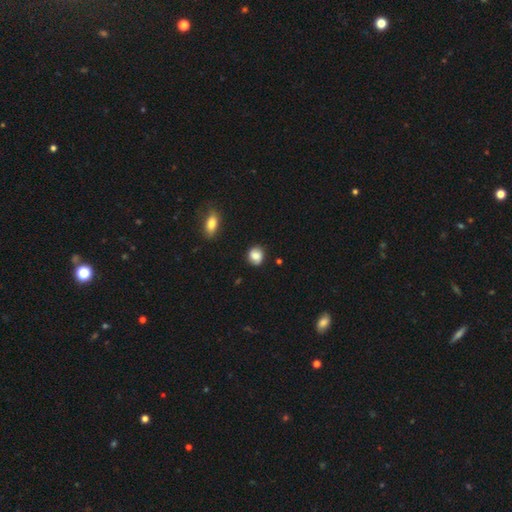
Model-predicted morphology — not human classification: This appears to be a smooth galaxy with no disk features (84%) that is round (76%). Merging: none (81%).